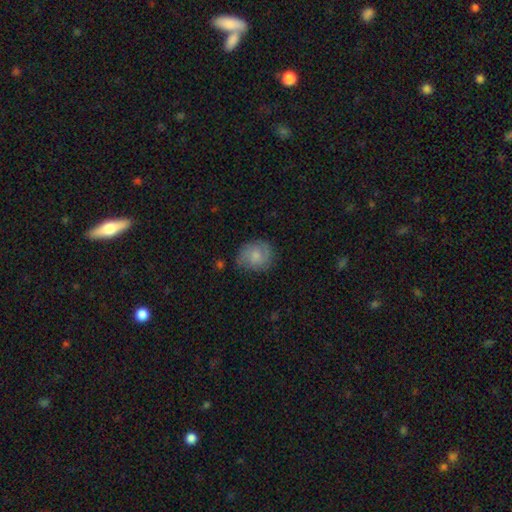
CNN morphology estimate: Smooth or featured? Predicted: smooth (p=0.64). How rounded? Predicted: round (p=0.67). Merging? Predicted: none (p=0.68).